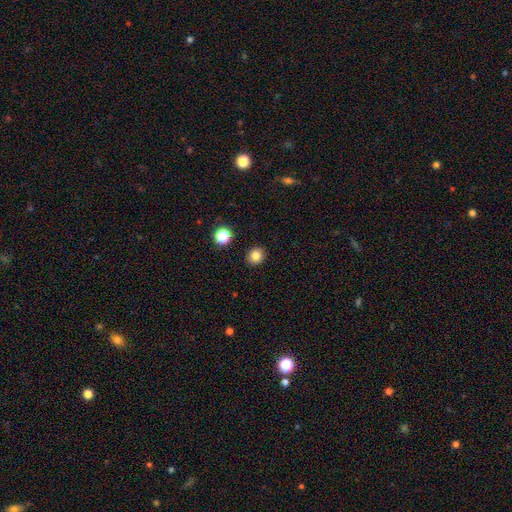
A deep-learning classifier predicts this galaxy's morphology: Smooth or featured? Predicted: smooth (p=0.81). How rounded? Predicted: round (p=0.80). Merging? Predicted: none (p=0.91).